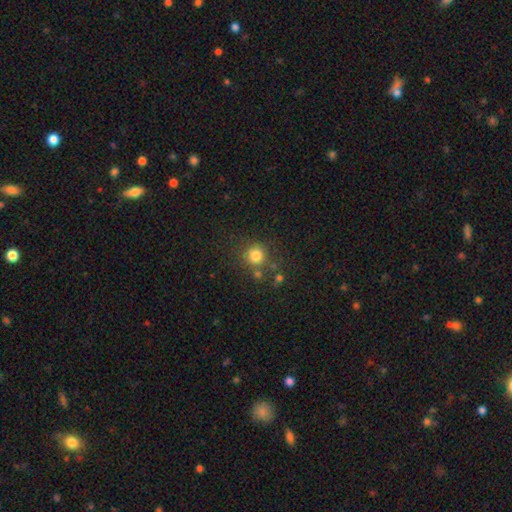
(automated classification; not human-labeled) This is likely a smooth galaxy (80%). How rounded: clearly round (91%). Merging: likely none (75%).